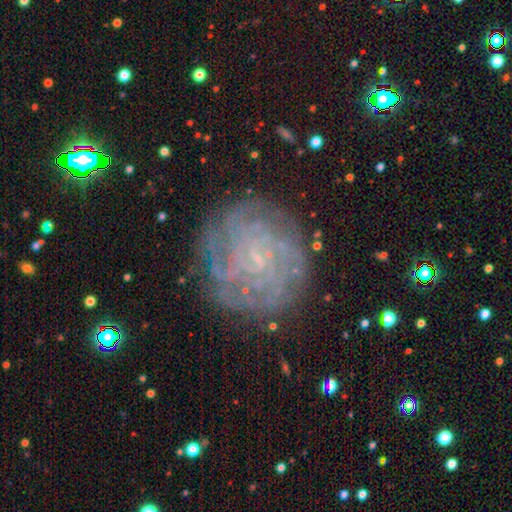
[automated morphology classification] Smooth or featured? Predicted: featured or disk (p=0.67). Edge-on disk? Predicted: no (p=0.97). Bar? Predicted: no (p=0.73). Spiral arms? Predicted: yes (p=0.90). Spiral winding? Predicted: tight (p=0.74). Spiral arm count? Predicted: can't tell (p=0.42). Bulge size? Predicted: small (p=0.80). Merging? Predicted: none (p=0.83).